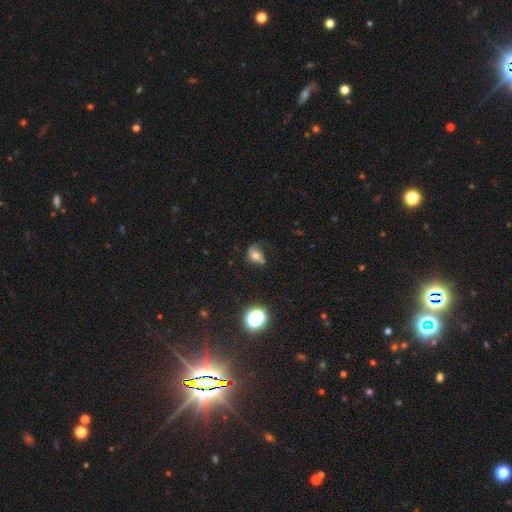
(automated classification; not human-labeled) A smooth galaxy with no disk features (55%) that is in between round and cigar-shaped (65%). Merging: none (40%).